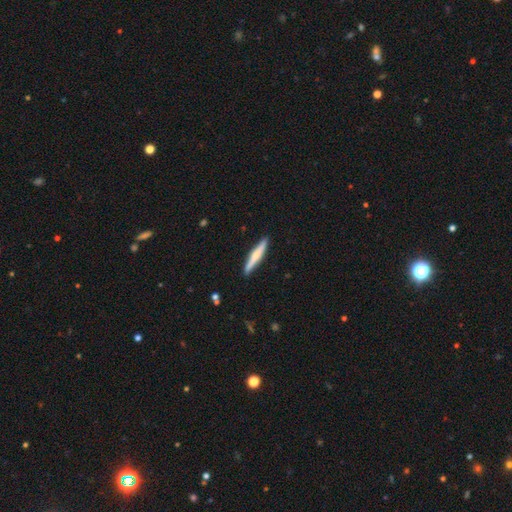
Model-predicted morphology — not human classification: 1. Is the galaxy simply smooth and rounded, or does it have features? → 56% smooth, 39% featured or disk, 5% star or artifact.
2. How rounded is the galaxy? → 93% cigar-shaped, 5% in between, 1% round.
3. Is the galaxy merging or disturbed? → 90% none, 7% minor disturbance, 1% major disturbance, 1% merger.